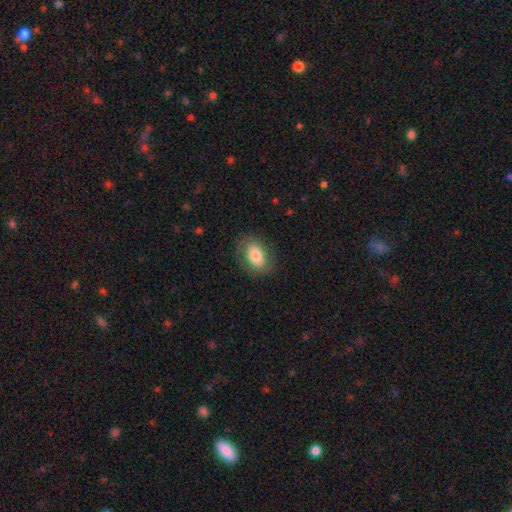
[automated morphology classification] Smooth or featured: smooth — 67% (featured or disk — 26%)
How rounded: in between — 81% (round — 17%)
Merging: none — 77% (minor disturbance — 15%)